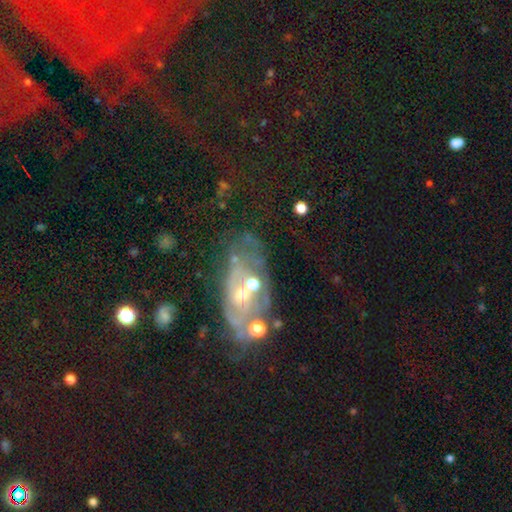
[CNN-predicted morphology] smooth_or_featured: featured or disk (p=0.56) [alt: star or artifact p=0.23]
disk_edge_on: no (p=0.88) [alt: yes p=0.12]
merging: none (p=0.54) [alt: minor disturbance p=0.19]